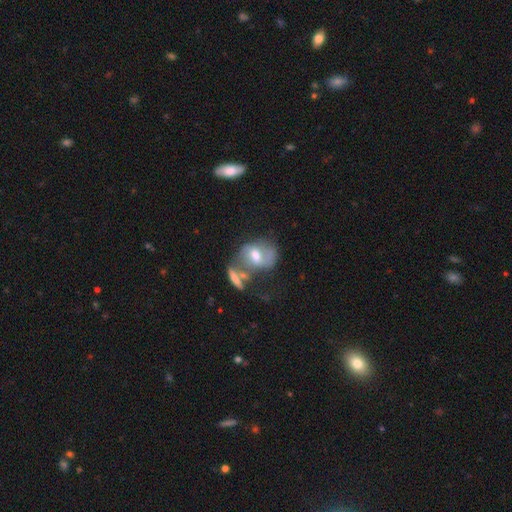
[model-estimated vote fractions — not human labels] A featured or disk galaxy (60%) with a weak bar (49%), spiral arms (72%) and a moderate central bulge (67%).

Vote fractions:
- Smooth or featured? featured or disk: 60% / smooth: 32% / star or artifact: 9%
- Edge-on disk? no: 94% / yes: 6%
- Bar? weak: 49% / no: 31% / strong: 20%
- Spiral arms? yes: 72% / no: 28%
- Bulge size? moderate: 67% / small: 15% / large: 14% / none: 3% / dominant: 1%
- Merging? none: 34% / merger: 32% / minor disturbance: 18% / major disturbance: 15%